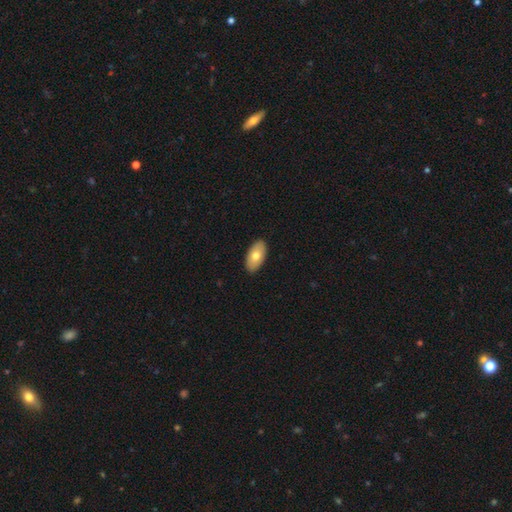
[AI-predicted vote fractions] This appears to be a smooth galaxy with no disk features (71%) that is in between round and cigar-shaped (95%). Merging: none (90%).